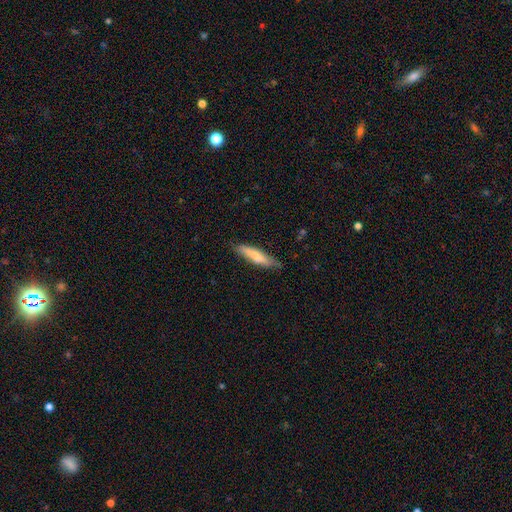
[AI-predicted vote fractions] The model was most divided on "smooth or featured": smooth: 71%, featured or disk: 23%, star or artifact: 6%. More confident: how rounded — cigar-shaped (80%); merging — none (74%).